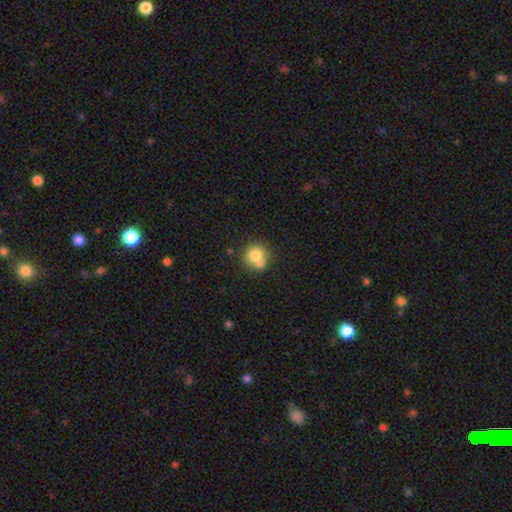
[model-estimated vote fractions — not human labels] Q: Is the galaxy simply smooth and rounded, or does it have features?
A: smooth — 76%.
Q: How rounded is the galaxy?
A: round — 86%.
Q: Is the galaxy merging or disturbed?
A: none — 50%.